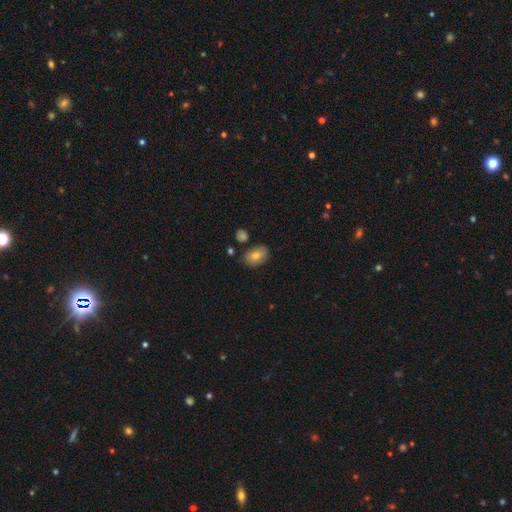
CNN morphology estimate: A smooth galaxy with no disk features (75%) that is in between round and cigar-shaped (80%).

Vote fractions:
- Smooth or featured? smooth: 75% / featured or disk: 15% / star or artifact: 10%
- How rounded? in between: 80% / round: 19% / cigar-shaped: 1%
- Merging? none: 77% / minor disturbance: 14% / merger: 6% / major disturbance: 3%